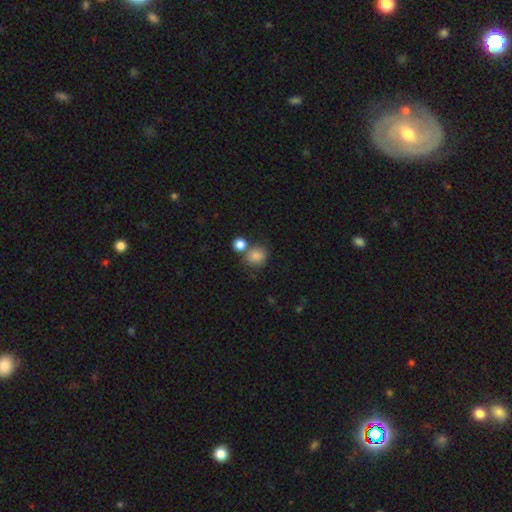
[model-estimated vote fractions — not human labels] Morphology: type=smooth (84%); roundness=round (82%); merging=none (61%).